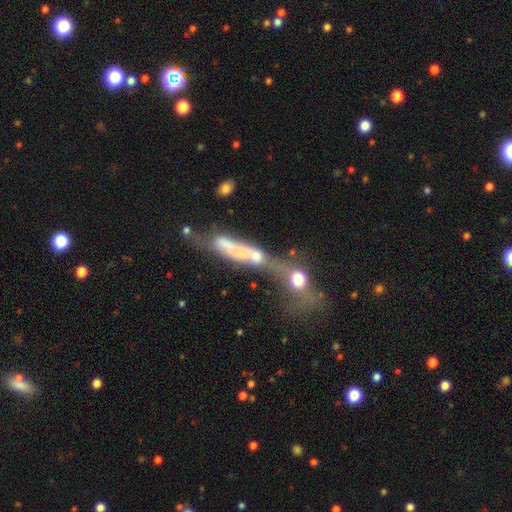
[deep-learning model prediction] A smooth galaxy with no disk features (44%). Merging: merger (64%).